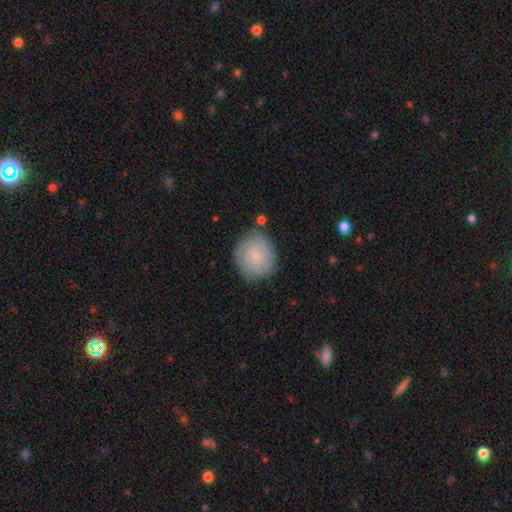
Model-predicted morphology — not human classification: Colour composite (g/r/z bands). It shows a smooth galaxy with no disk features (70%) that is round (86%). Merging: none (74%).